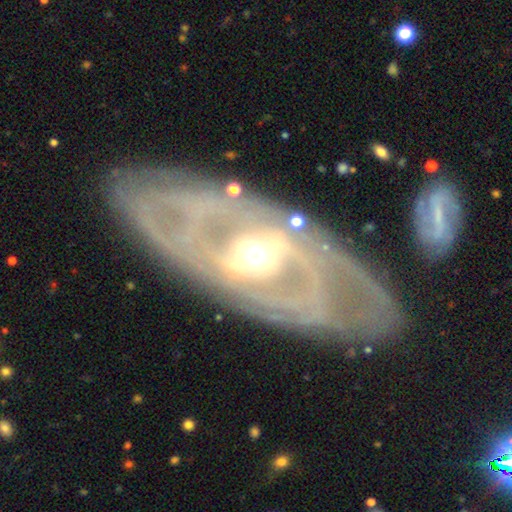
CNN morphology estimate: A featured or disk galaxy (85%) with a weak bar (34%, tied with strong), 2 (43%) tight (54%) spiral arms (69%) and a moderate central bulge (67%).

Vote fractions:
- Smooth or featured? featured or disk: 85% / smooth: 10% / star or artifact: 5%
- Edge-on disk? no: 91% / yes: 9%
- Bar? weak: 34% (tied) / strong: 34% (tied) / no: 33%
- Spiral arms? yes: 69% / no: 31%
- Spiral winding? tight: 54% / medium: 30% / loose: 17%
- Spiral arm count? 2: 43% / can't tell: 33% / 3: 8% / 1: 7% / 4: 5% / more than 4: 5%
- Bulge size? moderate: 67% / small: 20% / large: 10% / dominant: 2% / none: 2%
- Merging? none: 67% / minor disturbance: 17% / major disturbance: 12% / merger: 4%